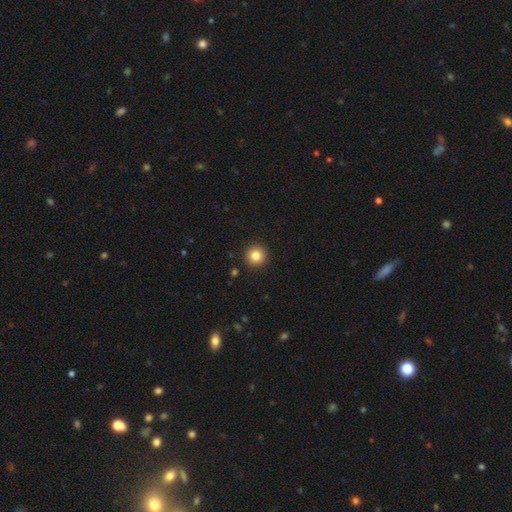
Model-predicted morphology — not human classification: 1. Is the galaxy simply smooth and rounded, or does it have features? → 83% smooth, 11% star or artifact, 6% featured or disk.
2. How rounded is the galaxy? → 96% round, 3% in between, 1% cigar-shaped.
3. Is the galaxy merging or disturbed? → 93% none, 4% minor disturbance, 2% major disturbance, 1% merger.